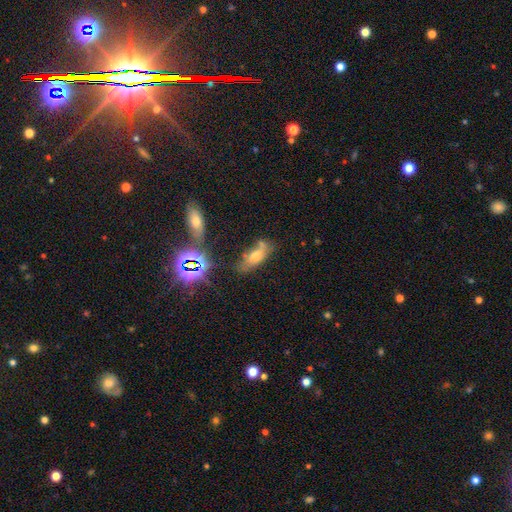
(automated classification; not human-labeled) A smooth galaxy with no disk features (50%). Merging: none (54%).